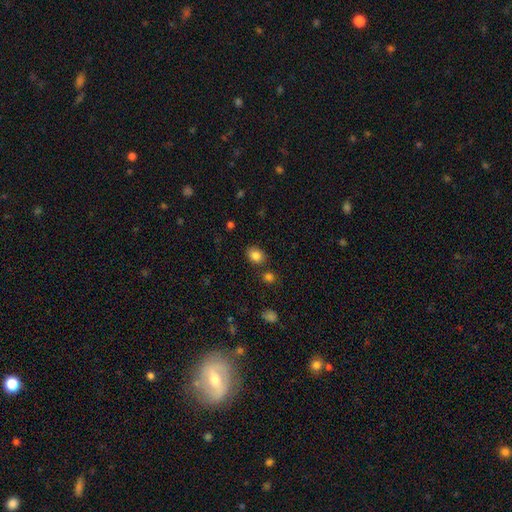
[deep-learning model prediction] smooth-or-featured: smooth: 83% | star or artifact: 10% | featured or disk: 7%
  how-rounded: in between: 57% | round: 42% | cigar-shaped: 1%
  merging: none: 79% | minor disturbance: 11% | merger: 7% | major disturbance: 3%